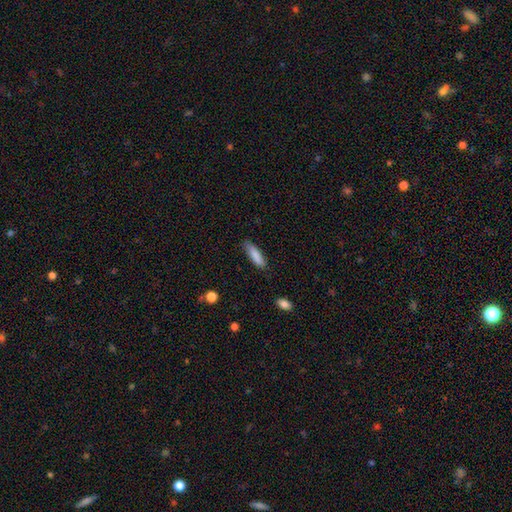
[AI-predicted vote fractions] Morphology: type=smooth (86%); roundness=cigar-shaped (62%); merging=none (79%).